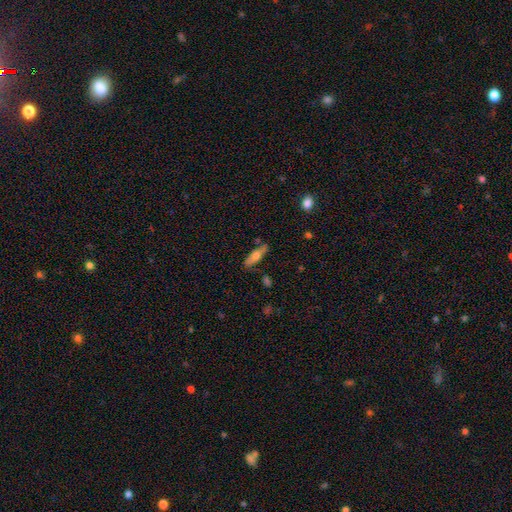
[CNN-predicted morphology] Smooth or featured? Predicted: smooth (p=0.60). How rounded? Predicted: cigar-shaped (p=0.53). Merging? Predicted: none (p=0.76).